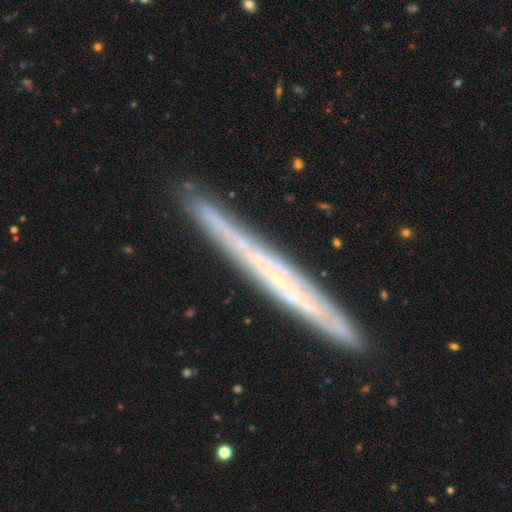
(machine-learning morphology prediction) A featured or disk galaxy (72%) viewed edge-on (90%) with no central bulge (81%).

Vote fractions:
- Smooth or featured? featured or disk: 72% / smooth: 21% / star or artifact: 7%
- Edge-on disk? yes: 90% / no: 10%
- Edge-on bulge? none: 81% / rounded: 14% / boxy: 5%
- Merging? none: 86% / minor disturbance: 10% / major disturbance: 2% / merger: 2%